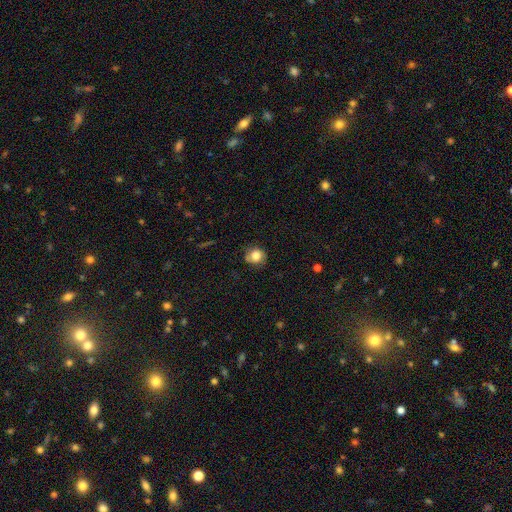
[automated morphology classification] Q: Smooth or featured?
A: smooth (78%); runner-up: featured or disk (13%)
Q: How rounded?
A: round (83%); runner-up: in between (16%)
Q: Merging?
A: none (74%); runner-up: minor disturbance (19%)